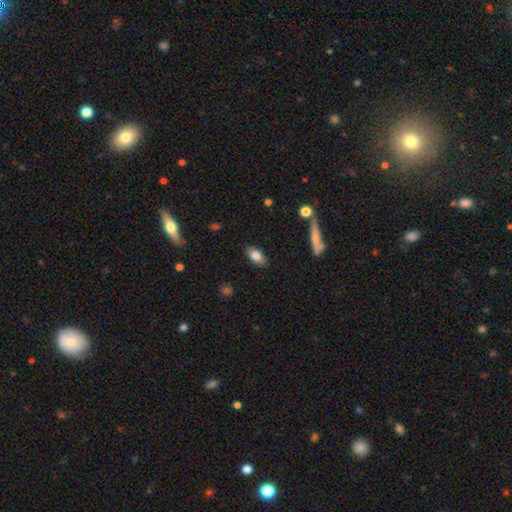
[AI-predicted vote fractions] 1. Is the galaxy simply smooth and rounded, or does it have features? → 82% smooth, 11% featured or disk, 7% star or artifact.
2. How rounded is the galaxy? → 88% in between, 7% cigar-shaped, 5% round.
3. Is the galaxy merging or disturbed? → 86% none, 10% minor disturbance, 2% major disturbance, 2% merger.